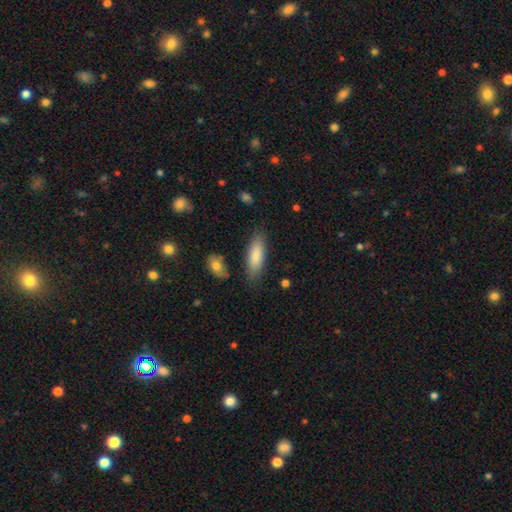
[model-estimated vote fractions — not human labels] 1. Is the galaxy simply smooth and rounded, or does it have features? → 85% smooth, 9% featured or disk, 6% star or artifact.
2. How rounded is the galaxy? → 61% in between, 37% cigar-shaped, 2% round.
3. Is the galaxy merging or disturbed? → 80% none, 13% minor disturbance, 3% major disturbance, 3% merger.